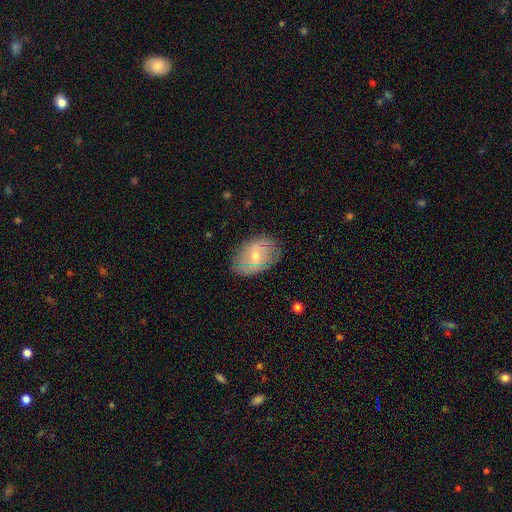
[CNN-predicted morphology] smooth 48%, featured or disk 44%, star or artifact 8%. Down the decision tree: merging — none (75%).